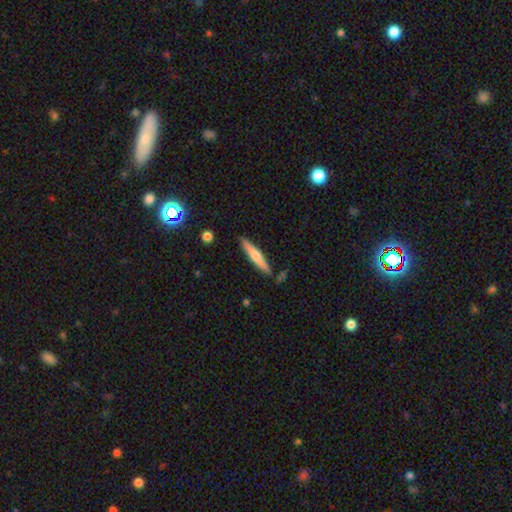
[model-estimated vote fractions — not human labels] This is possibly a smooth galaxy (52%). How rounded: clearly cigar-shaped (91%). Merging: clearly none (85%).